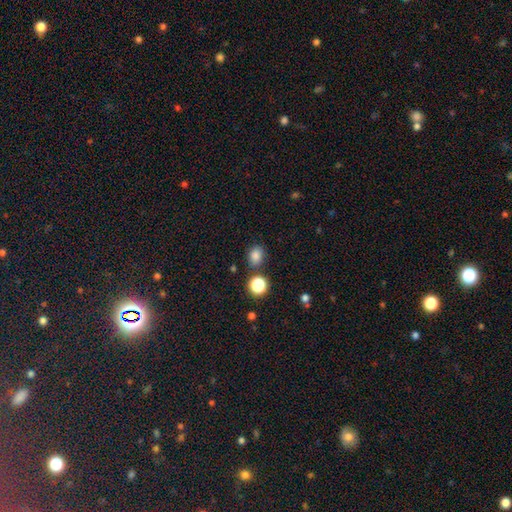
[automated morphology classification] A smooth galaxy with no disk features (81%) that is in between round and cigar-shaped (51%).

Vote fractions:
- Smooth or featured? smooth: 81% / star or artifact: 14% / featured or disk: 5%
- How rounded? in between: 51% / round: 48% / cigar-shaped: 1%
- Merging? none: 79% / minor disturbance: 12% / merger: 6% / major disturbance: 4%